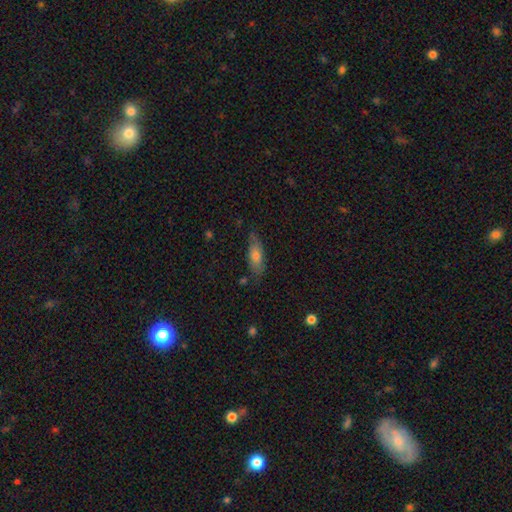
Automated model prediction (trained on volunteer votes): Q: Smooth or featured?
A: smooth (66%); runner-up: featured or disk (26%)
Q: How rounded?
A: in between (62%); runner-up: cigar-shaped (36%)
Q: Merging?
A: none (71%); runner-up: minor disturbance (22%)